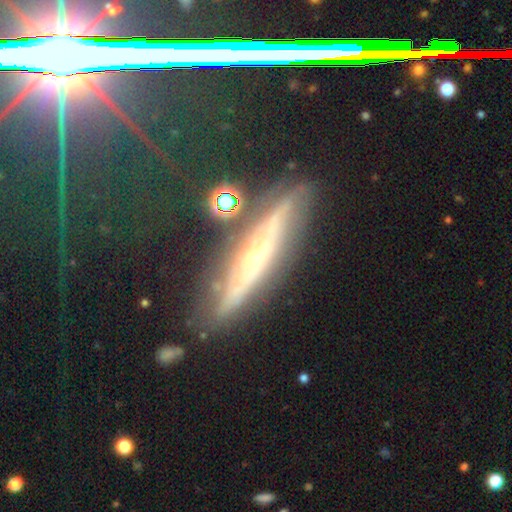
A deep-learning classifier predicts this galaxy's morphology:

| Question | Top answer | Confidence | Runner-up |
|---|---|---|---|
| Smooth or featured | featured or disk | 71% | smooth (17%) |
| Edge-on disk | yes | 70% | no (30%) |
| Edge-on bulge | rounded | 75% | none (22%) |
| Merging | none | 78% | minor disturbance (16%) |